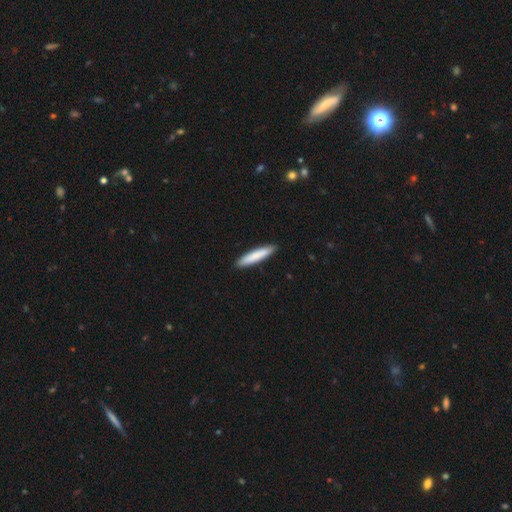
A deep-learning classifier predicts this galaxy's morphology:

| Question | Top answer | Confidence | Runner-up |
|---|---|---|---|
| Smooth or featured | smooth | 82% | featured or disk (13%) |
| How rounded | cigar-shaped | 90% | in between (9%) |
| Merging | none | 92% | minor disturbance (6%) |